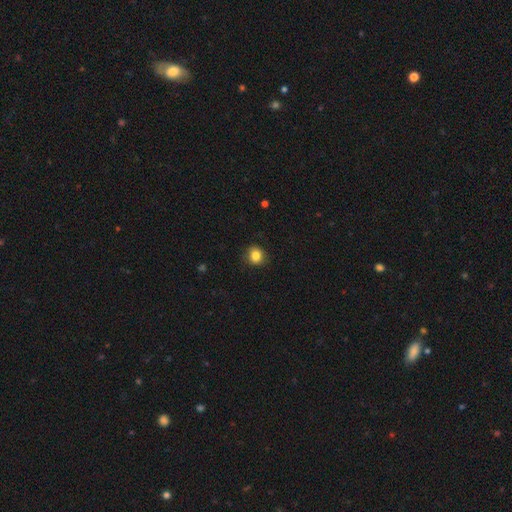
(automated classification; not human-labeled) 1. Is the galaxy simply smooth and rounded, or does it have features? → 84% smooth, 11% star or artifact, 5% featured or disk.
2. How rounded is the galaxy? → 84% round, 15% in between, 1% cigar-shaped.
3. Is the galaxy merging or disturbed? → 86% none, 11% minor disturbance, 2% major disturbance, 1% merger.